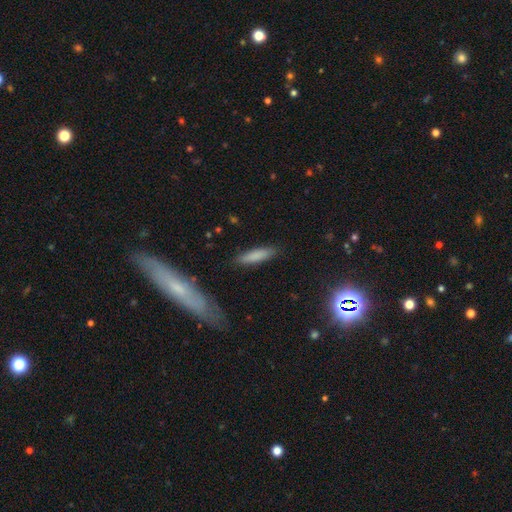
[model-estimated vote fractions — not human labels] Smooth or featured? smooth (81%)
How rounded? cigar-shaped (73%)
Merging? none (85%)